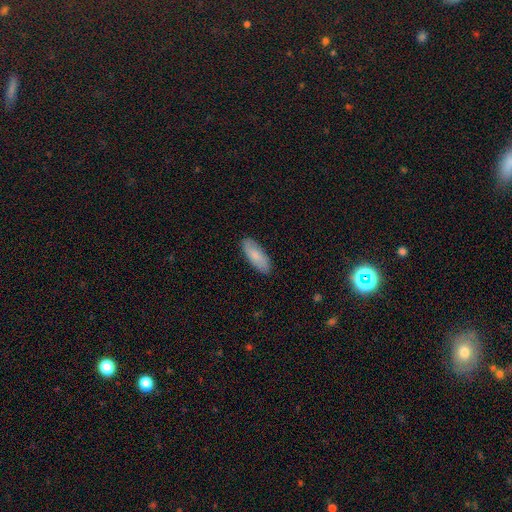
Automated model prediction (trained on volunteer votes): smooth_or_featured: smooth (p=0.80) [alt: featured or disk p=0.14]
how_rounded: in between (p=0.73) [alt: cigar-shaped p=0.25]
merging: none (p=0.86) [alt: minor disturbance p=0.11]